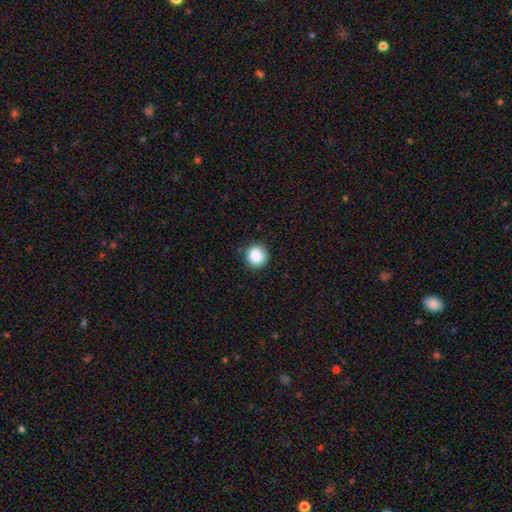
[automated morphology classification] The model was most divided on "smooth or featured": smooth: 88%, star or artifact: 9%, featured or disk: 3%. More confident: how rounded — round (93%); merging — none (89%).